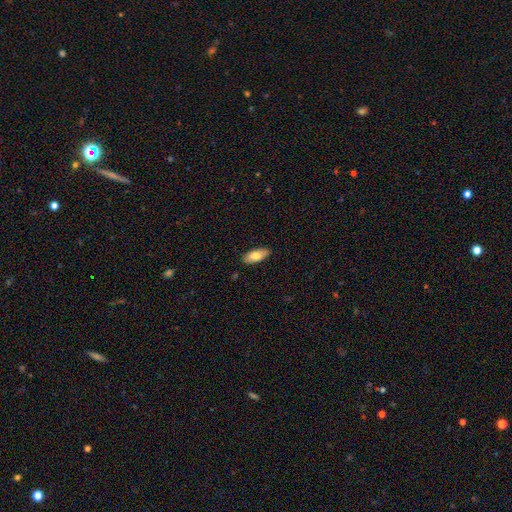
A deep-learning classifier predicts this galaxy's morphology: Overall: smooth (79%). How rounded: in between (82%). Merging: none (88%).